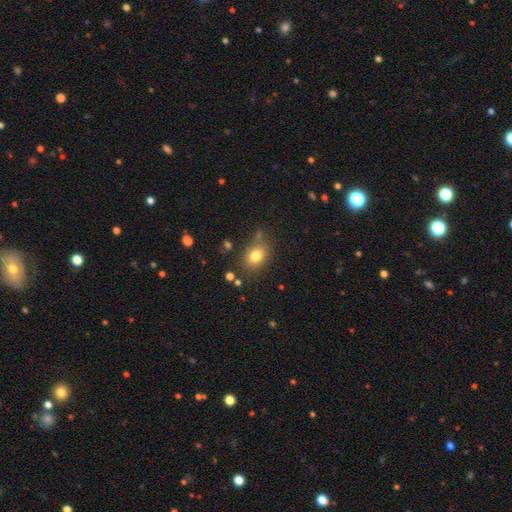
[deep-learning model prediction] Morphology: type=smooth (79%); roundness=in between (59%); merging=none (74%).